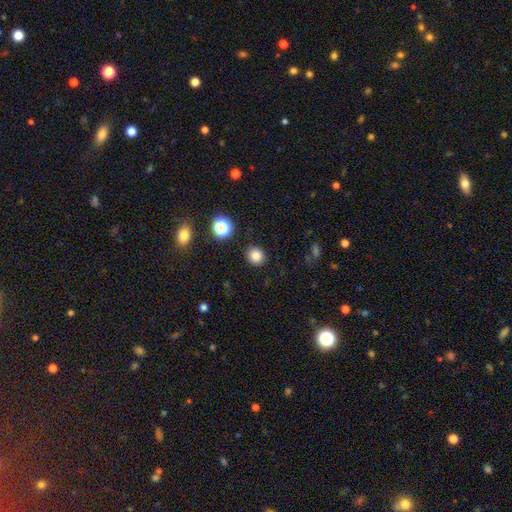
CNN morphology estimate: Smooth or featured?
  - smooth: 81% *
  - star or artifact: 13%
  - featured or disk: 5%
How rounded?
  - round: 87% *
  - in between: 12%
  - cigar-shaped: 1%
Merging?
  - none: 90% *
  - minor disturbance: 6%
  - major disturbance: 2%
  - merger: 2%